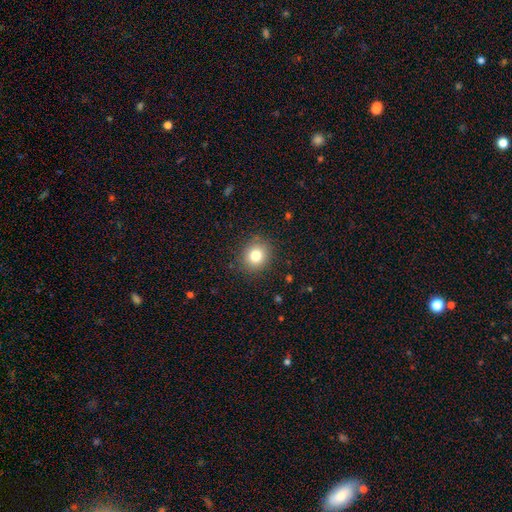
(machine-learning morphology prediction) smooth-or-featured: smooth: 80% | star or artifact: 11% | featured or disk: 9%
  how-rounded: round: 80% | in between: 19% | cigar-shaped: 1%
  merging: none: 88% | minor disturbance: 8% | major disturbance: 3% | merger: 1%